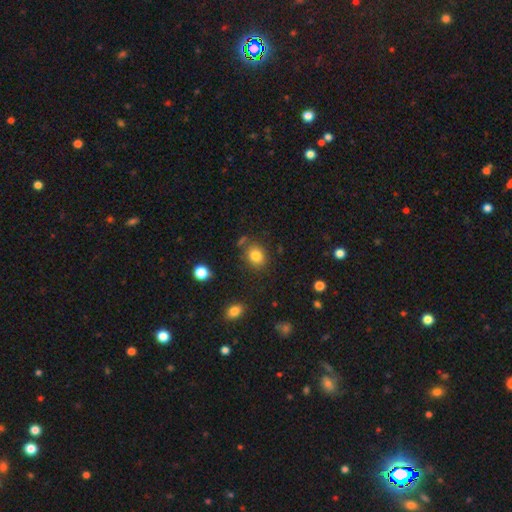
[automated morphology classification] The model was most divided on "how rounded": round: 62%, in between: 37%, cigar-shaped: 1%. More confident: smooth or featured — smooth (82%); merging — none (79%).